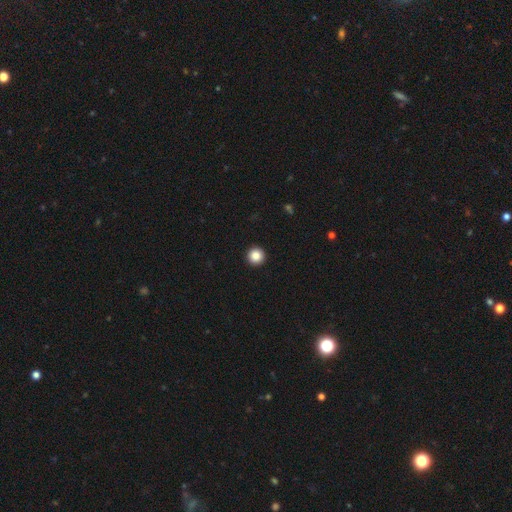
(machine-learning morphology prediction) A smooth galaxy with no disk features (86%) that is round (97%). Merging: none (94%).